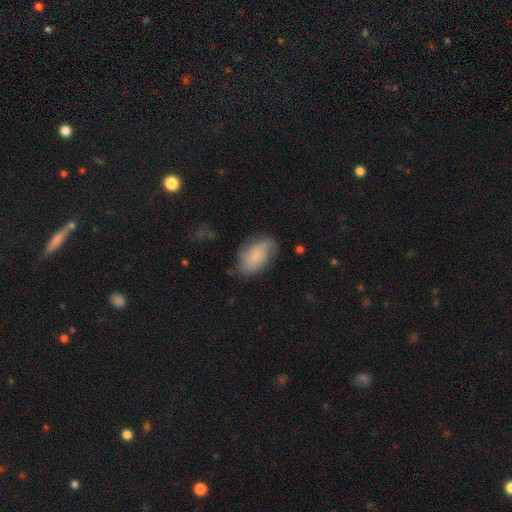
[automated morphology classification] smooth-or-featured: smooth: 68% | featured or disk: 25% | star or artifact: 8%
  how-rounded: in between: 92% | round: 5% | cigar-shaped: 3%
  merging: none: 66% | minor disturbance: 24% | major disturbance: 8% | merger: 2%